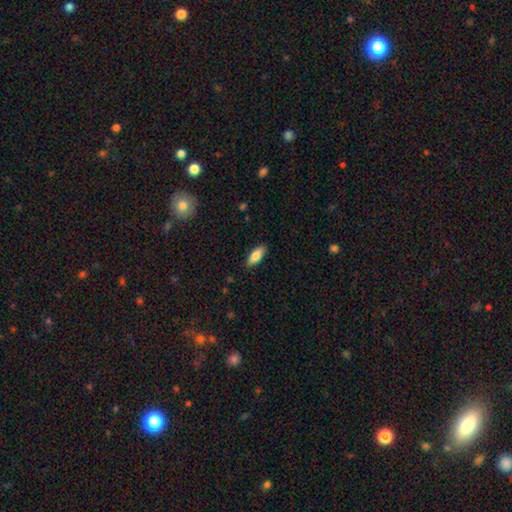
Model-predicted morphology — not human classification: A smooth galaxy with no disk features (79%) that is in between round and cigar-shaped (73%).

Vote fractions:
- Smooth or featured? smooth: 79% / featured or disk: 15% / star or artifact: 6%
- How rounded? in between: 73% / cigar-shaped: 25% / round: 2%
- Merging? none: 88% / minor disturbance: 9% / major disturbance: 2% / merger: 1%